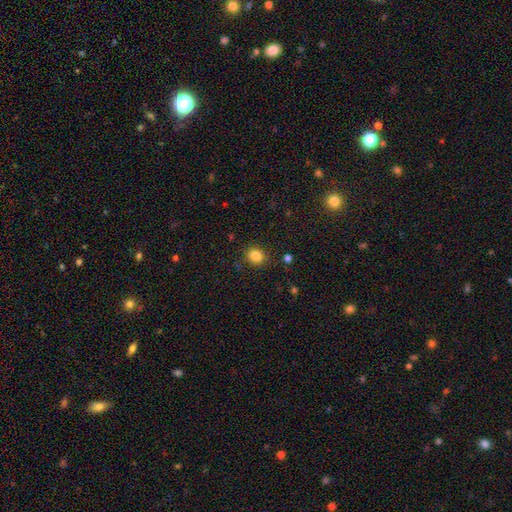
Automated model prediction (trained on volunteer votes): smooth 84%, star or artifact 11%, featured or disk 5%. Down the decision tree: how rounded — round (74%); merging — none (85%).